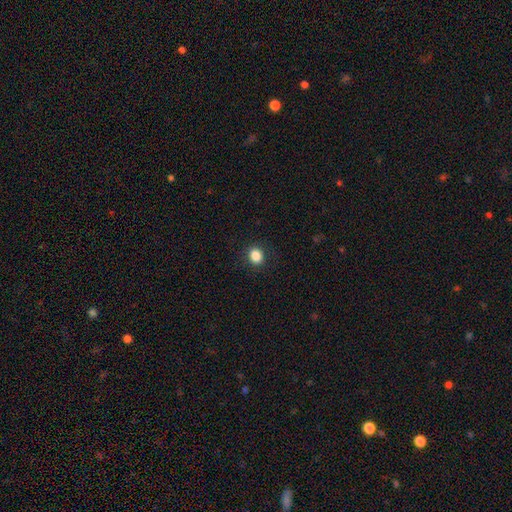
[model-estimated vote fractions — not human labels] Smooth or featured?
  - smooth: 86% *
  - star or artifact: 10%
  - featured or disk: 4%
How rounded?
  - round: 68% *
  - in between: 31%
  - cigar-shaped: 1%
Merging?
  - none: 90% *
  - minor disturbance: 7%
  - major disturbance: 2%
  - merger: 1%